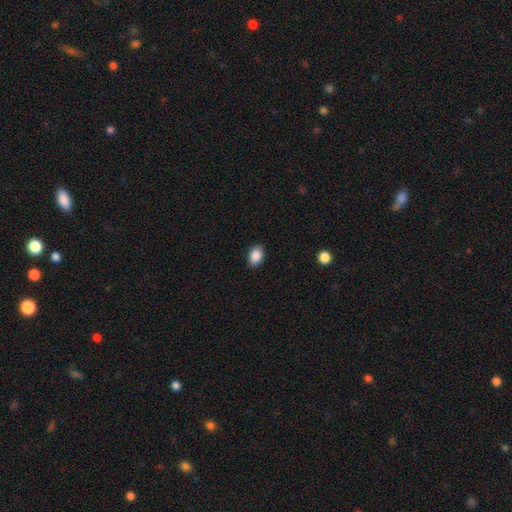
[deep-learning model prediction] A smooth galaxy with no disk features (89%) that is in between round and cigar-shaped (84%). Merging: none (88%).